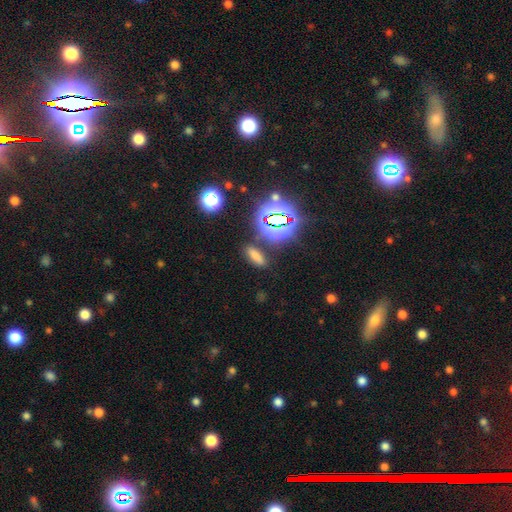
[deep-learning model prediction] smooth-or-featured: smooth: 64% | star or artifact: 28% | featured or disk: 8%
  how-rounded: in between: 62% | cigar-shaped: 31% | round: 7%
  merging: none: 82% | minor disturbance: 10% | merger: 5% | major disturbance: 4%